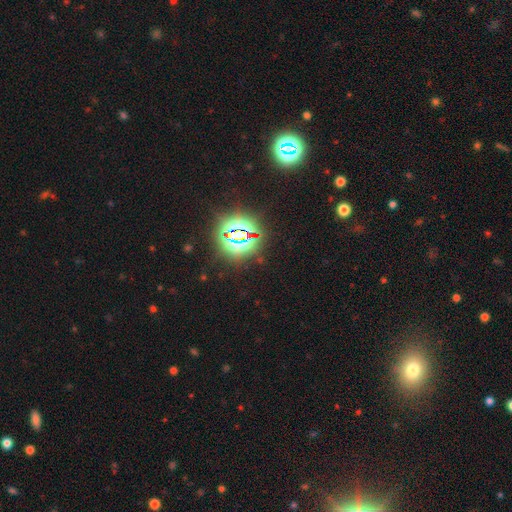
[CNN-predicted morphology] Q: Smooth or featured?
A: star or artifact (82%); runner-up: smooth (12%)